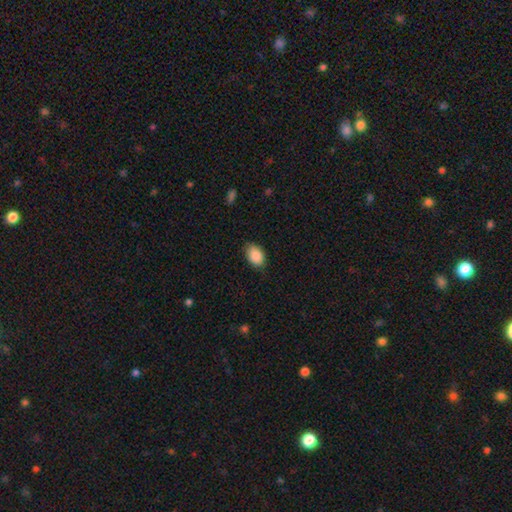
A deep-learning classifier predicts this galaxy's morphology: Smooth or featured: smooth — 89% (star or artifact — 7%)
How rounded: in between — 85% (round — 14%)
Merging: none — 80% (minor disturbance — 16%)